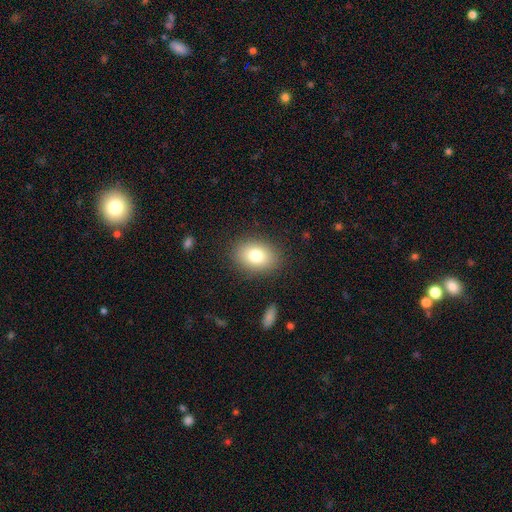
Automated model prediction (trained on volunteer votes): smooth 80%, featured or disk 11%, star or artifact 9%. Down the decision tree: how rounded — in between (73%); merging — none (86%).